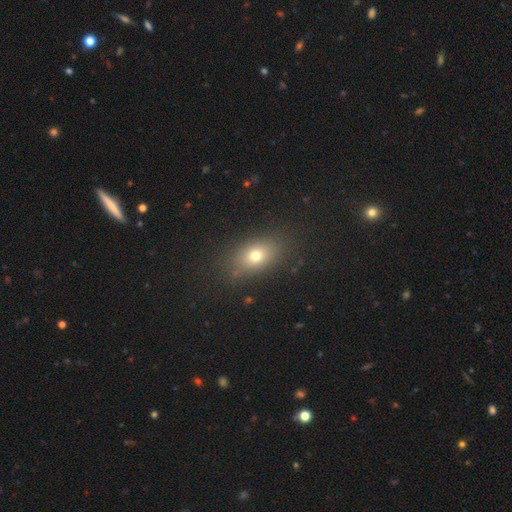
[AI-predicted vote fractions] Smooth or featured? smooth (72%)
How rounded? in between (75%)
Merging? none (83%)